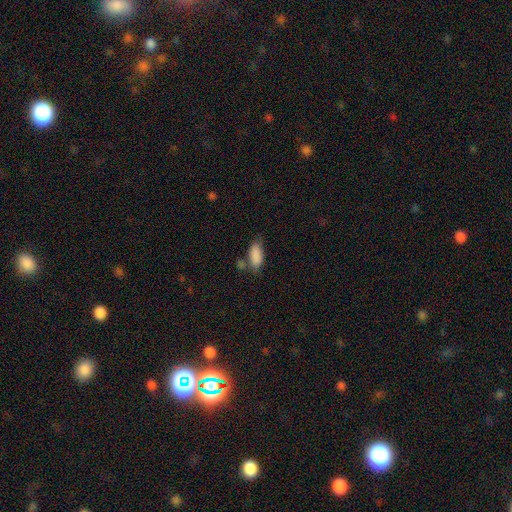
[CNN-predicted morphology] Smooth or featured?
  - smooth: 86% *
  - star or artifact: 7%
  - featured or disk: 6%
How rounded?
  - in between: 86% *
  - cigar-shaped: 11%
  - round: 3%
Merging?
  - none: 53% *
  - minor disturbance: 27%
  - merger: 12%
  - major disturbance: 9%